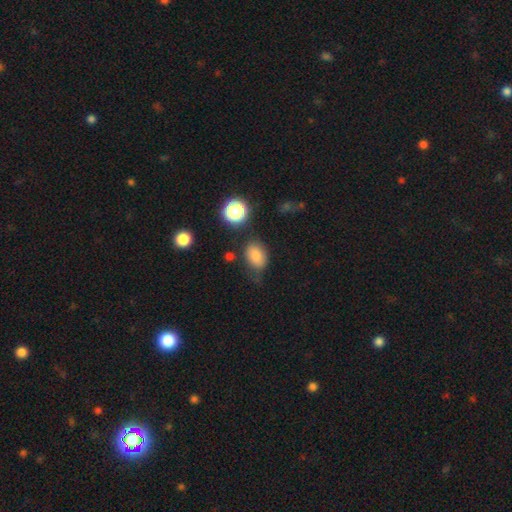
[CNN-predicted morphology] Smooth or featured? smooth (82%)
How rounded? in between (78%)
Merging? none (63%)